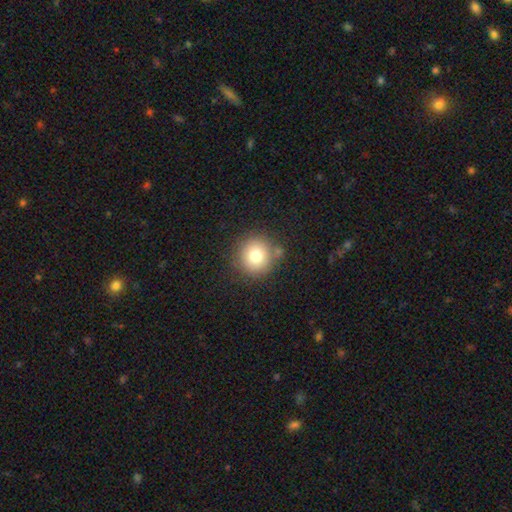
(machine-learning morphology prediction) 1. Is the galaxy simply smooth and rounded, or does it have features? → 79% smooth, 11% star or artifact, 10% featured or disk.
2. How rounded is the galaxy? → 92% round, 7% in between, 1% cigar-shaped.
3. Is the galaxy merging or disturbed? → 78% none, 12% minor disturbance, 5% merger, 4% major disturbance.